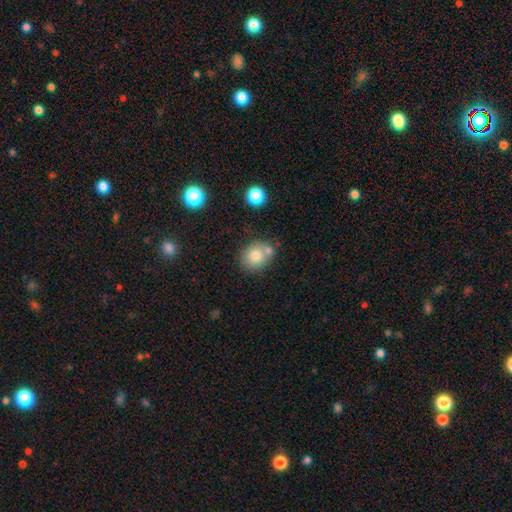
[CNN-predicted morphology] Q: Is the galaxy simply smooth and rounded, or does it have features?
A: smooth — 76%.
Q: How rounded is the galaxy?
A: round — 69%.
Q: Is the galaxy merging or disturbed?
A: none — 58%.